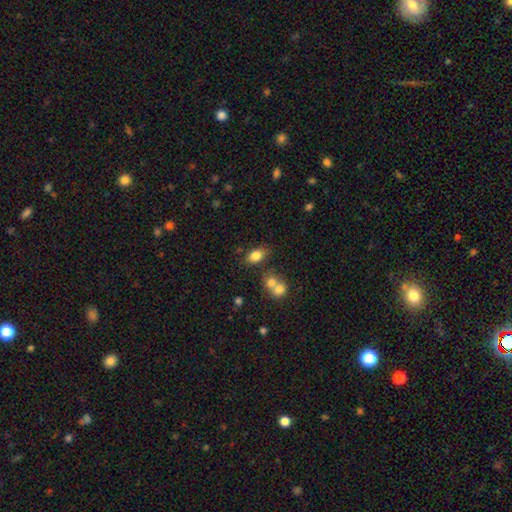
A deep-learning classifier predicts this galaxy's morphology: Q: Smooth or featured?
A: smooth (82%); runner-up: star or artifact (10%)
Q: How rounded?
A: in between (83%); runner-up: round (15%)
Q: Merging?
A: none (67%); runner-up: merger (15%)